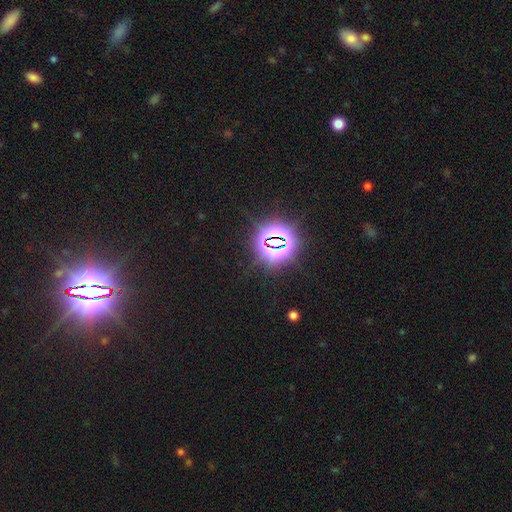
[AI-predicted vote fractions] Morphology: type=star or artifact (81%).